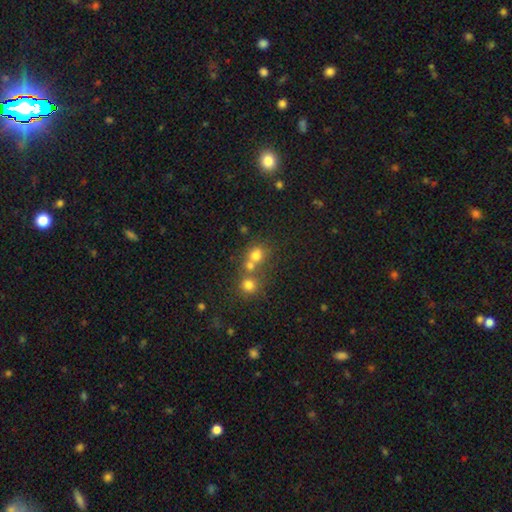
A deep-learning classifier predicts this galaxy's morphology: smooth-or-featured: smooth: 73% | star or artifact: 16% | featured or disk: 11%
  how-rounded: round: 78% | in between: 21% | cigar-shaped: 1%
  merging: none: 45% | merger: 44% | minor disturbance: 8% | major disturbance: 4%